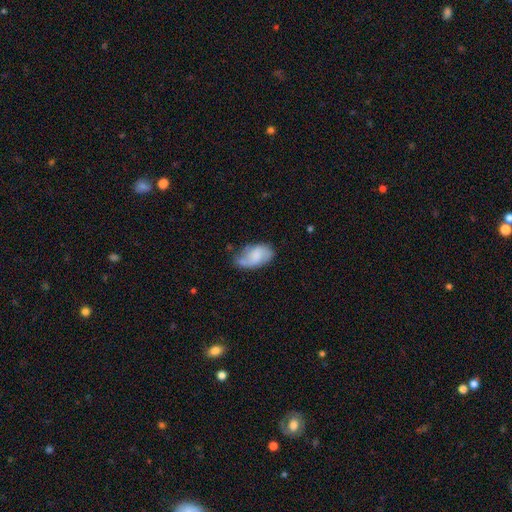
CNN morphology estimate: smooth 52%, featured or disk 40%, star or artifact 8%. Down the decision tree: how rounded — in between (93%); merging — none (48%).